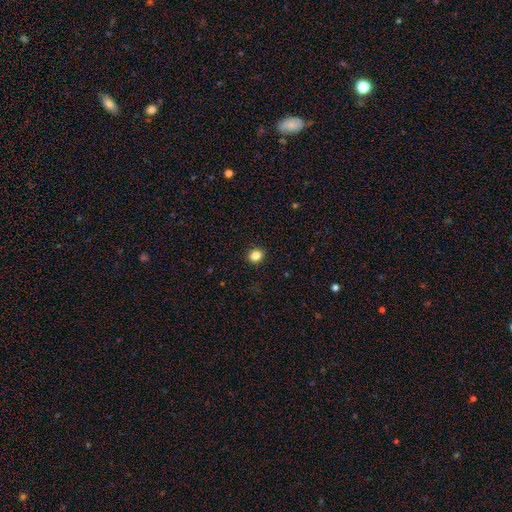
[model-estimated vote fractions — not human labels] Smooth or featured? smooth (84%)
How rounded? round (68%)
Merging? none (91%)